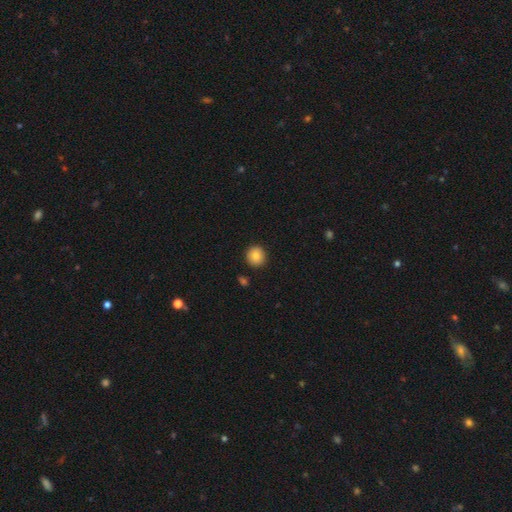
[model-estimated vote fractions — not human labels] This is clearly a smooth galaxy (84%). How rounded: clearly round (92%). Merging: clearly none (91%).